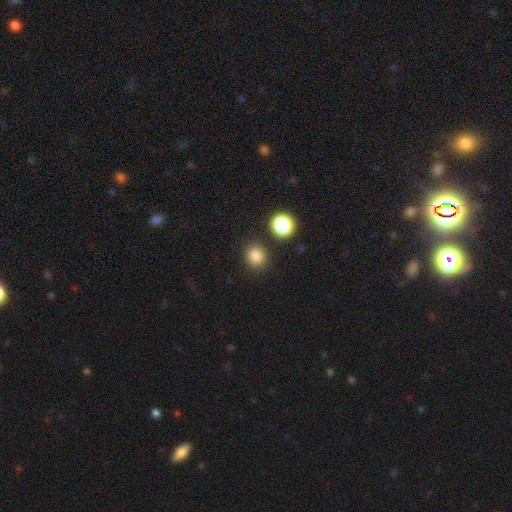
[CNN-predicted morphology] smooth-or-featured: smooth: 81% | star or artifact: 14% | featured or disk: 5%
  how-rounded: round: 81% | in between: 18% | cigar-shaped: 1%
  merging: none: 86% | minor disturbance: 8% | merger: 4% | major disturbance: 3%